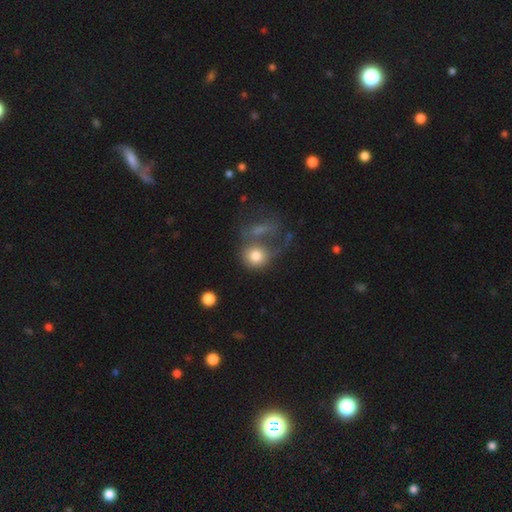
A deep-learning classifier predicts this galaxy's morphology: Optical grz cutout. It shows a smooth galaxy with no disk features (76%) that is round (78%). Merging: none (33%).